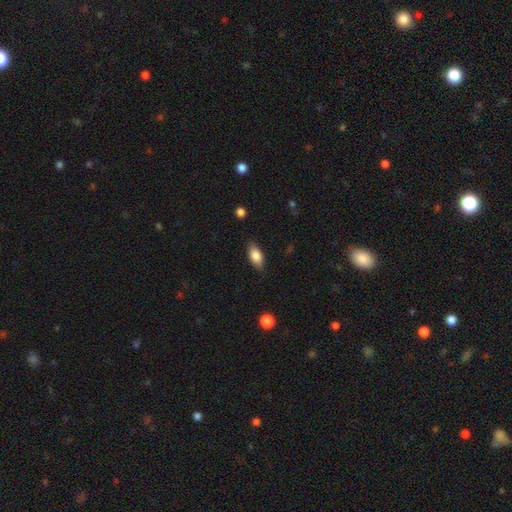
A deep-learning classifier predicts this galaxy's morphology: smooth 81%, featured or disk 12%, star or artifact 7%. Down the decision tree: how rounded — in between (88%); merging — none (82%).